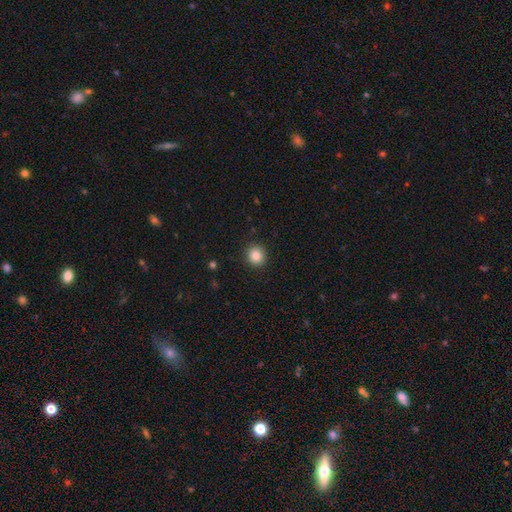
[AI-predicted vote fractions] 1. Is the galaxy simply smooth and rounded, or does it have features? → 84% smooth, 10% star or artifact, 6% featured or disk.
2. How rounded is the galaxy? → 89% round, 10% in between, 1% cigar-shaped.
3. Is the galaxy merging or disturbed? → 92% none, 6% minor disturbance, 2% major disturbance, 1% merger.